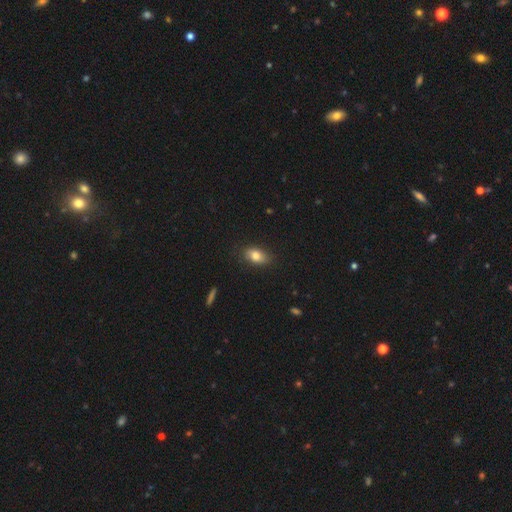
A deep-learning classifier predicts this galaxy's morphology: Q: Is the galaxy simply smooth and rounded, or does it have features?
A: smooth — 81%.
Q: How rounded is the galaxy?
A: in between — 85%.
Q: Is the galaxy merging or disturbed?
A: none — 82%.